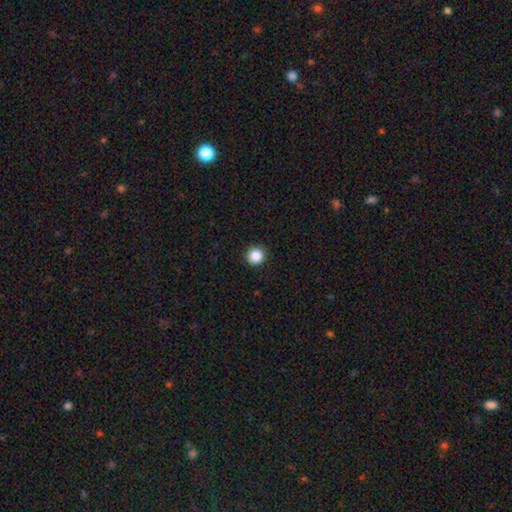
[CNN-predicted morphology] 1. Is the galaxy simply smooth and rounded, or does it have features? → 86% smooth, 10% star or artifact, 4% featured or disk.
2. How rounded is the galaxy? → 96% round, 3% in between, 1% cigar-shaped.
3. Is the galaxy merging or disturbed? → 93% none, 4% minor disturbance, 1% major disturbance, 1% merger.